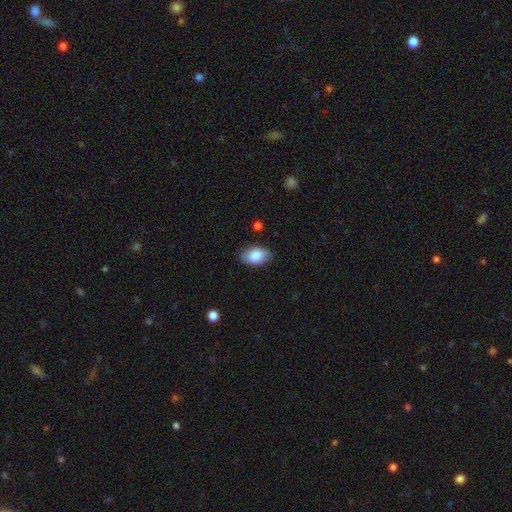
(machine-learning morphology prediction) smooth_or_featured: smooth (p=0.85) [alt: featured or disk p=0.08]
how_rounded: in between (p=0.91) [alt: round p=0.07]
merging: none (p=0.84) [alt: minor disturbance p=0.12]